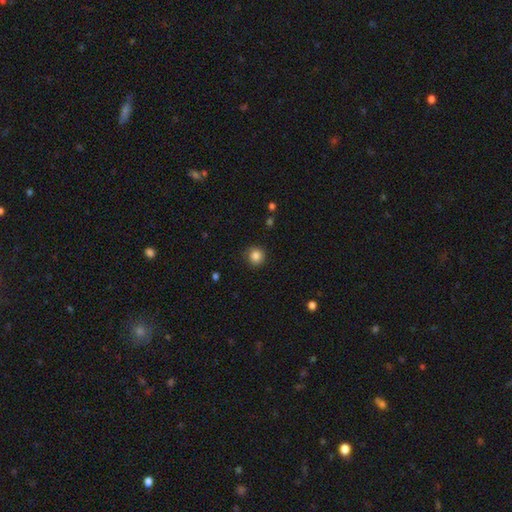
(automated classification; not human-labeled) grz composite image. It shows a smooth galaxy with no disk features (85%) that is round (92%). Merging: none (84%).